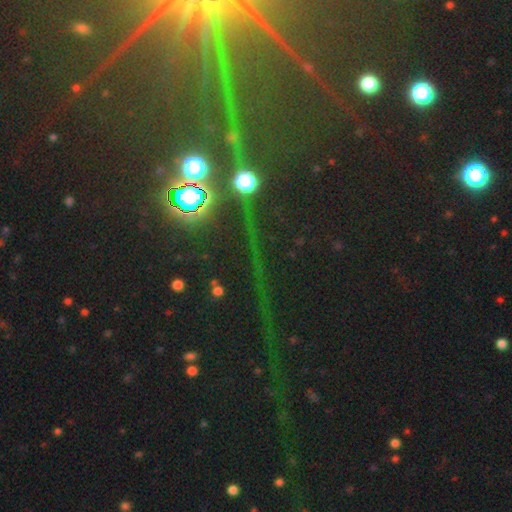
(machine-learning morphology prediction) Overall: star or artifact (80%).